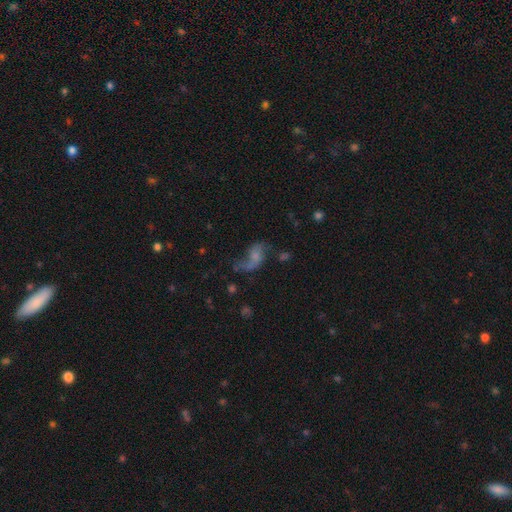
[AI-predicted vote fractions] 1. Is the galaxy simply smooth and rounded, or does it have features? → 61% featured or disk, 24% smooth, 15% star or artifact.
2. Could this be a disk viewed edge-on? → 95% no, 5% yes.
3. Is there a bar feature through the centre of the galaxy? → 66% no, 28% weak, 6% strong.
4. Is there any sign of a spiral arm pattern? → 81% yes, 19% no.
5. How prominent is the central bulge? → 42% small, 30% none, 21% moderate, 4% large, 2% dominant.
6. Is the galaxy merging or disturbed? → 41% none, 31% major disturbance, 20% minor disturbance, 7% merger.